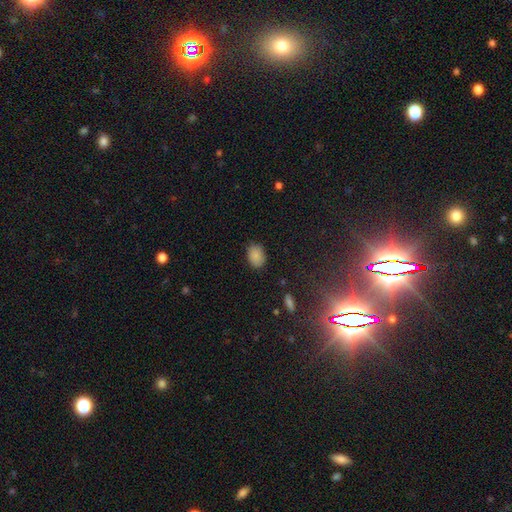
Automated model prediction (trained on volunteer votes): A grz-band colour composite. It shows a smooth galaxy with no disk features (86%) that is in between round and cigar-shaped (77%). Merging: none (83%).